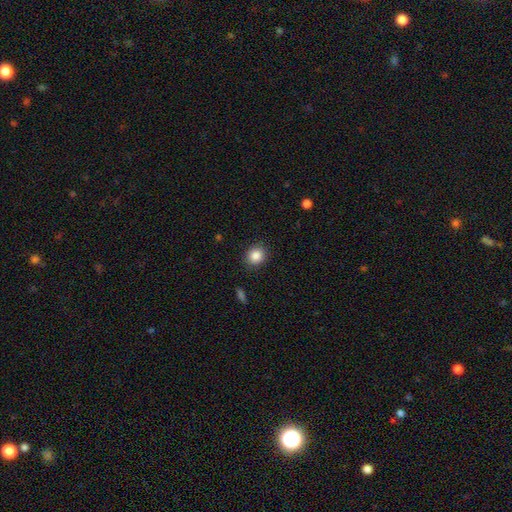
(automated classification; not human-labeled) A smooth galaxy with no disk features (86%) that is round (80%). Merging: none (88%).